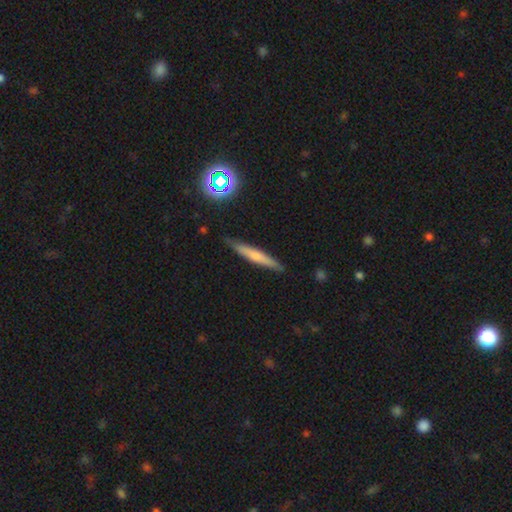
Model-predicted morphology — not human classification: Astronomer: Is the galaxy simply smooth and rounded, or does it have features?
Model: smooth — 55% (runner-up: featured or disk, 36%).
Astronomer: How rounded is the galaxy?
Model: cigar-shaped — 94%.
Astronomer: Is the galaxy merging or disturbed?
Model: none — 85%.